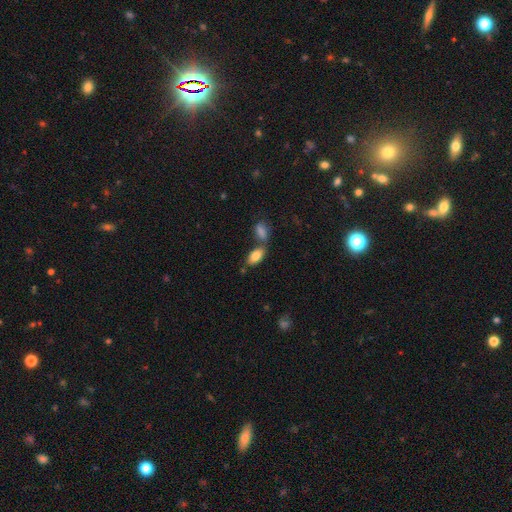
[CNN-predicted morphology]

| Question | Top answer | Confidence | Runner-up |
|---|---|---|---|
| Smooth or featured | smooth | 83% | featured or disk (10%) |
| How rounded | in between | 91% | cigar-shaped (5%) |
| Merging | none | 57% | merger (27%) |